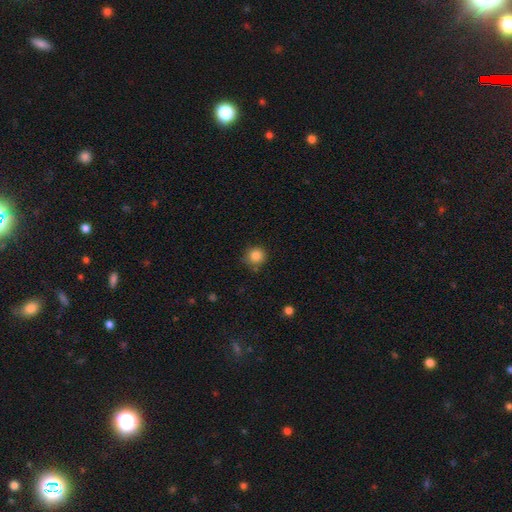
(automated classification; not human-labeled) smooth 85%, star or artifact 11%, featured or disk 5%. Down the decision tree: how rounded — round (91%); merging — none (80%).